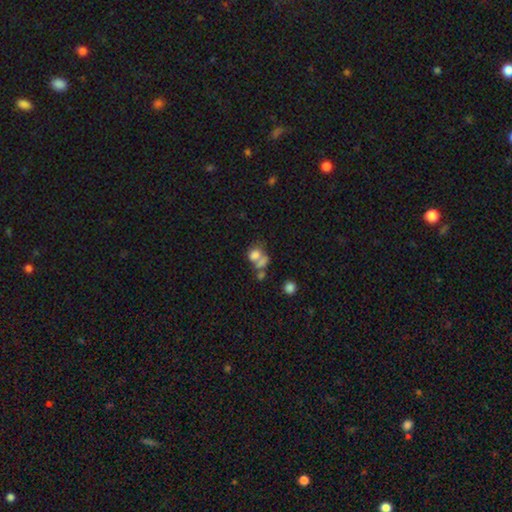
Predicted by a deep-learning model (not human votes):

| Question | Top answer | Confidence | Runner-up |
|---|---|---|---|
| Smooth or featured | smooth | 69% | featured or disk (18%) |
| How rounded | in between | 49% | tied: round (49%) |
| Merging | merger | 51% | none (25%) |